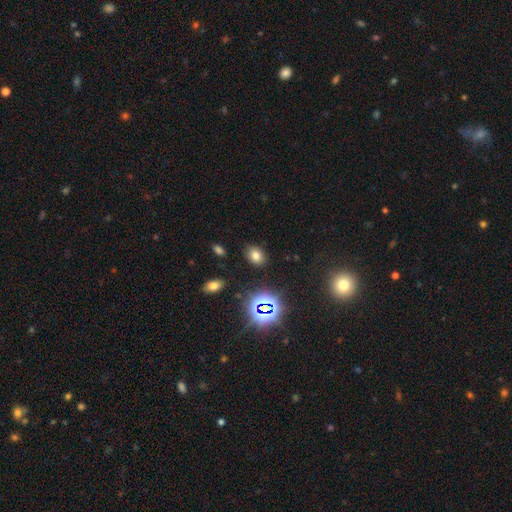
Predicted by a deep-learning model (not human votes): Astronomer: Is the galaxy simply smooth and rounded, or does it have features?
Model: smooth — 70%.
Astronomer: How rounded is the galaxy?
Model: in between — 67%.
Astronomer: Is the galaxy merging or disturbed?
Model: none — 86%.